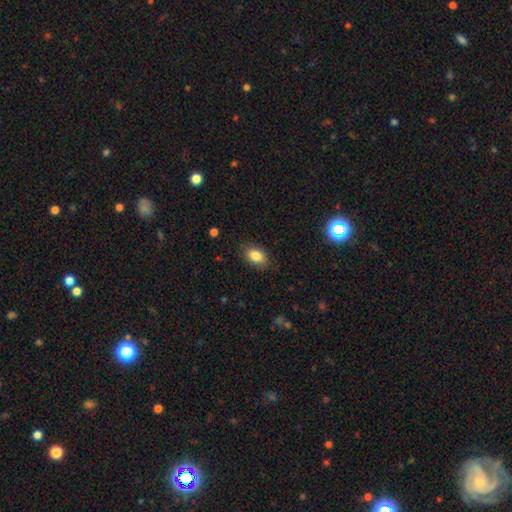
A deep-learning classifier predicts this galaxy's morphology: The model was most divided on "merging": none: 85%, minor disturbance: 11%, major disturbance: 3%, merger: 1%. More confident: how rounded — in between (86%); smooth or featured — smooth (85%).